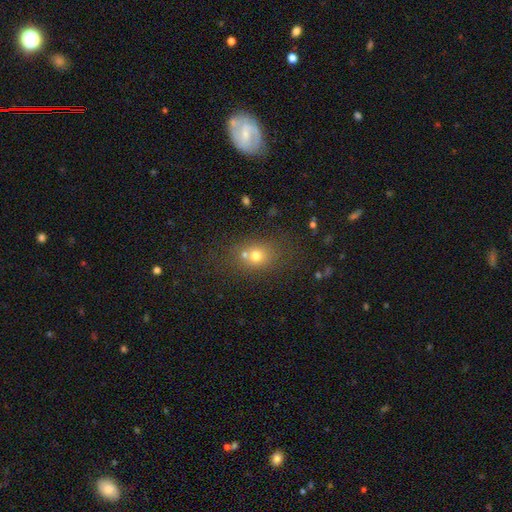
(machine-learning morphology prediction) Smooth or featured: smooth — 68% (star or artifact — 17%)
How rounded: round — 60% (in between — 39%)
Merging: none — 56% (merger — 27%)